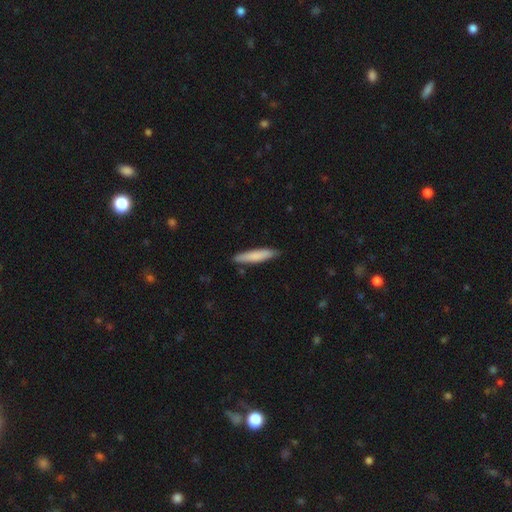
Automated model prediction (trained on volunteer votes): This appears to be a smooth galaxy with no disk features (80%) that is cigar-shaped (85%). Merging: none (85%).